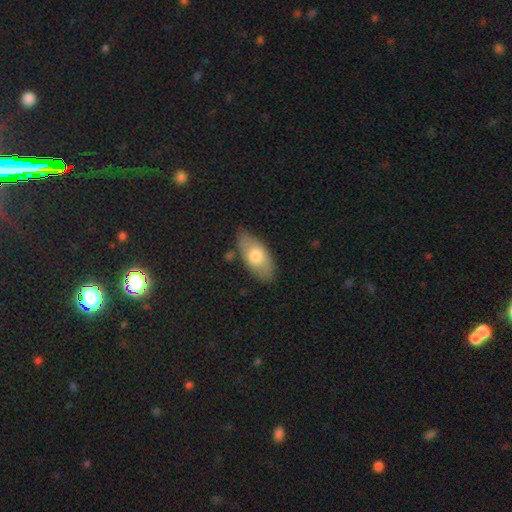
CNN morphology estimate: type=smooth (70%); roundness=in between (91%); merging=none (79%).